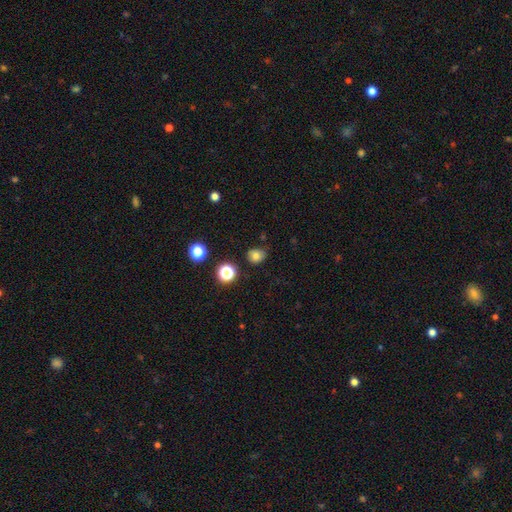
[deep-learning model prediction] smooth 77%, star or artifact 15%, featured or disk 8%. Down the decision tree: how rounded — round (70%); merging — none (76%).